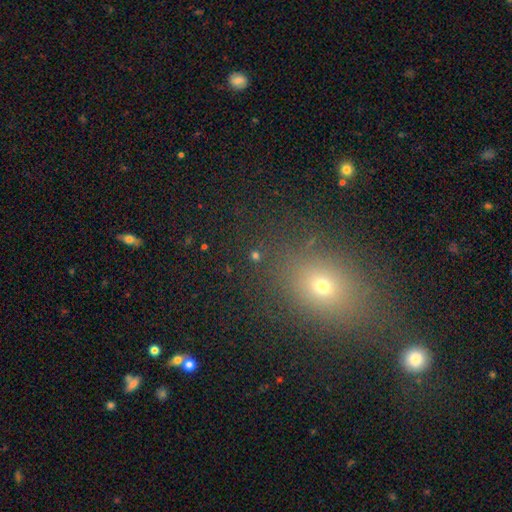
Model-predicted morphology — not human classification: This appears to be a smooth galaxy with no disk features (51%) that is round (80%). Merging: none (81%).